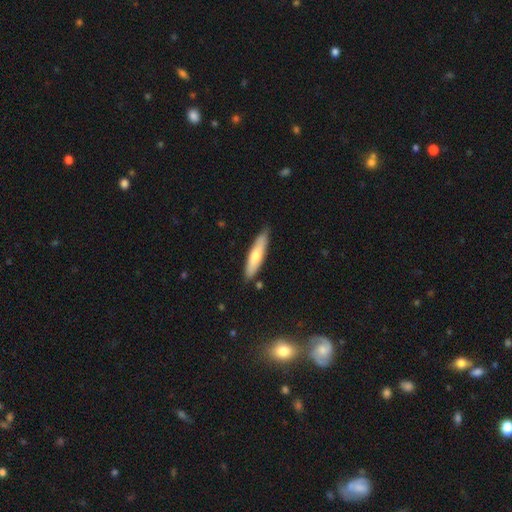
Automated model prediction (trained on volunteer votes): Morphology: type=smooth (66%); roundness=cigar-shaped (76%); merging=none (82%).